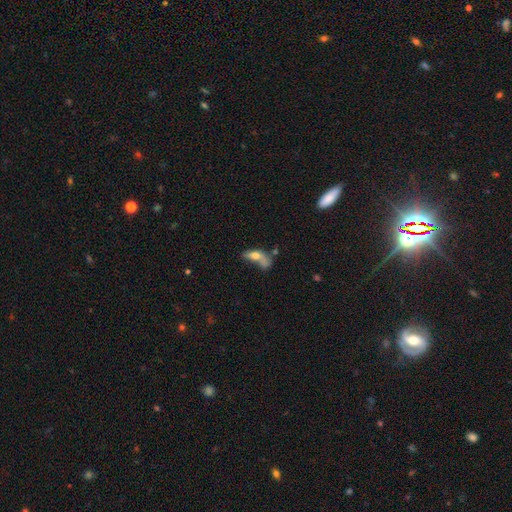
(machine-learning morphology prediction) This is likely a smooth galaxy (61%). How rounded: likely in between (68%). Merging: marginally merger (32%).